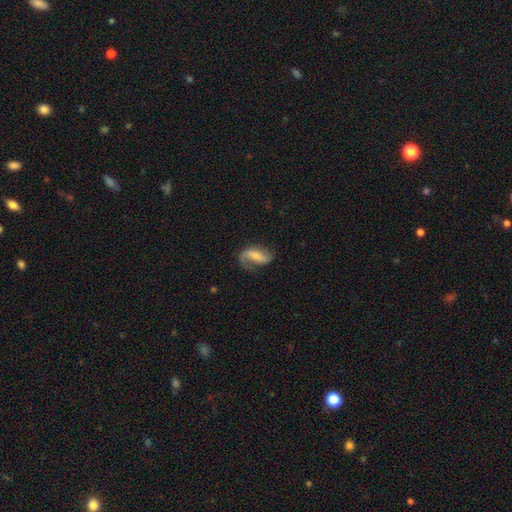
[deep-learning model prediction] Morphology: type=featured or disk (57%); edge-on=no (93%); bar=strong (43%); spiral arms=yes (85%); bulge=none (37%); merging=none (50%).